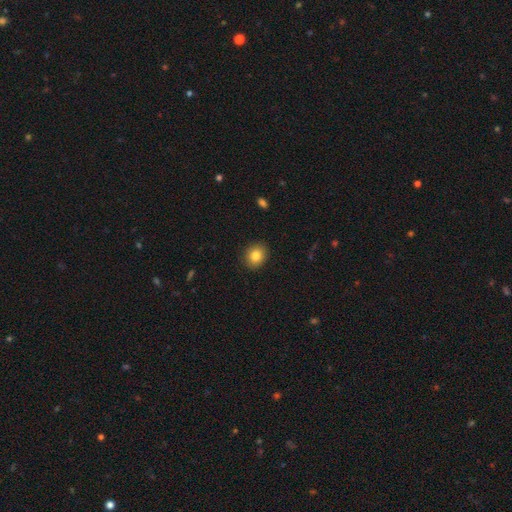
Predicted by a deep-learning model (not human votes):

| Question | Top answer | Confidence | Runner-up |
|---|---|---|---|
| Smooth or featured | smooth | 83% | star or artifact (9%) |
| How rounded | round | 65% | in between (34%) |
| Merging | none | 90% | minor disturbance (7%) |